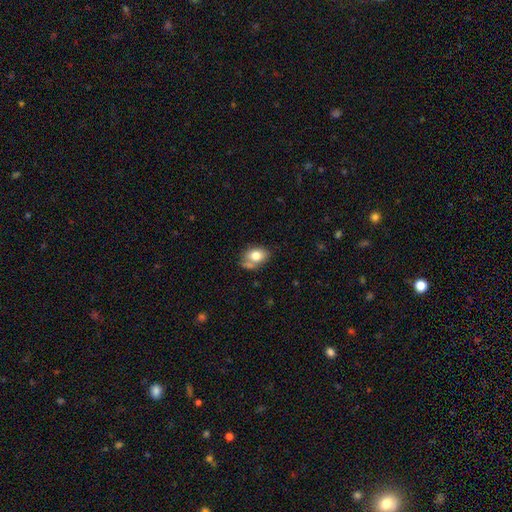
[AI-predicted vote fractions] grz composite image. It shows a smooth galaxy with no disk features (76%) that is in between round and cigar-shaped (75%). Merging: none (52%).